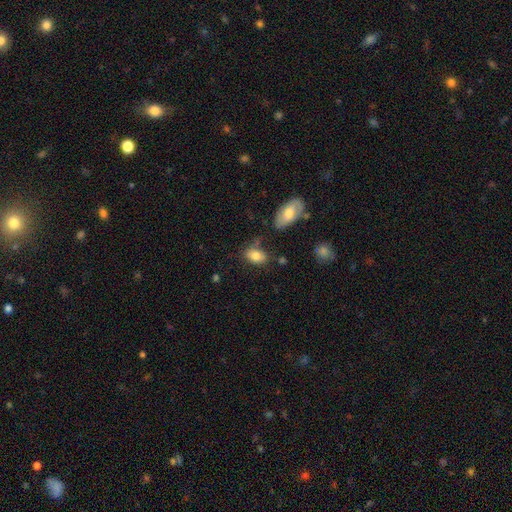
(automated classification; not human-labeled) A smooth galaxy with no disk features (80%) that is in between round and cigar-shaped (88%). Merging: none (63%).